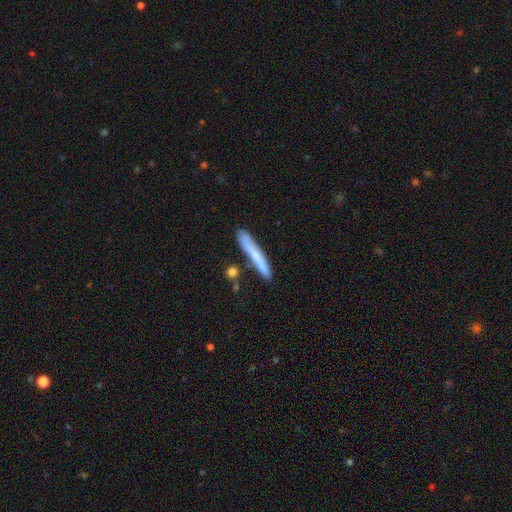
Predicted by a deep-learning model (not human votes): Morphology: type=smooth (69%); roundness=cigar-shaped (95%); merging=none (79%).